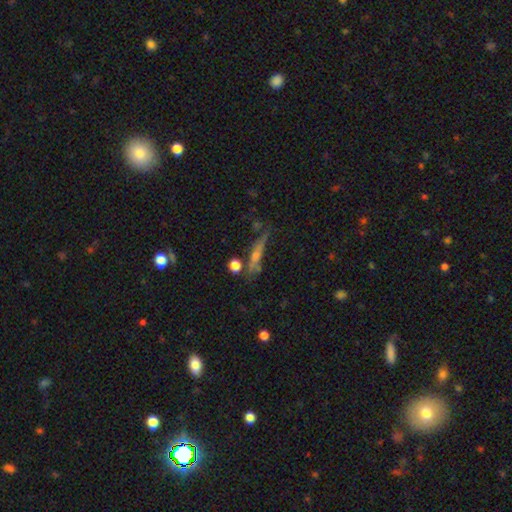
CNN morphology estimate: Overall: featured or disk (52%; smooth 34%). Edge-on disk: yes (87%). Merging: none (65%).